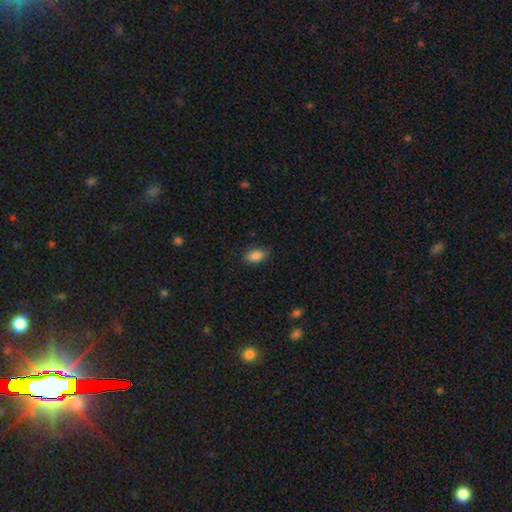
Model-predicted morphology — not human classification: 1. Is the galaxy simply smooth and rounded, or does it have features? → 87% smooth, 8% star or artifact, 5% featured or disk.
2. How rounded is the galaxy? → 90% in between, 8% round, 3% cigar-shaped.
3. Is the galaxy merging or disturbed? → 84% none, 13% minor disturbance, 3% major disturbance, 1% merger.